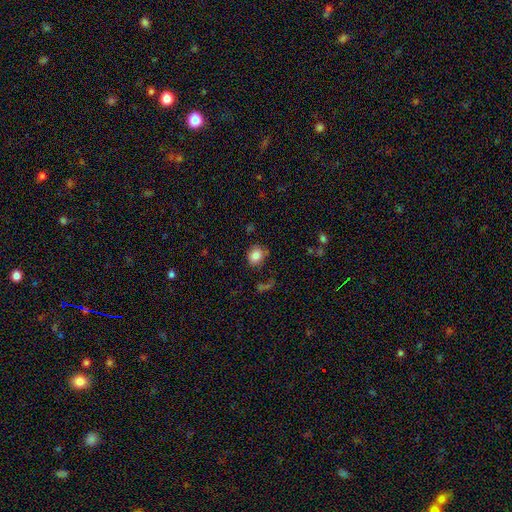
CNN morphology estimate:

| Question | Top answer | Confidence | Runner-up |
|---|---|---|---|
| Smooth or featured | smooth | 84% | star or artifact (10%) |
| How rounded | round | 66% | in between (33%) |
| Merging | none | 77% | minor disturbance (15%) |